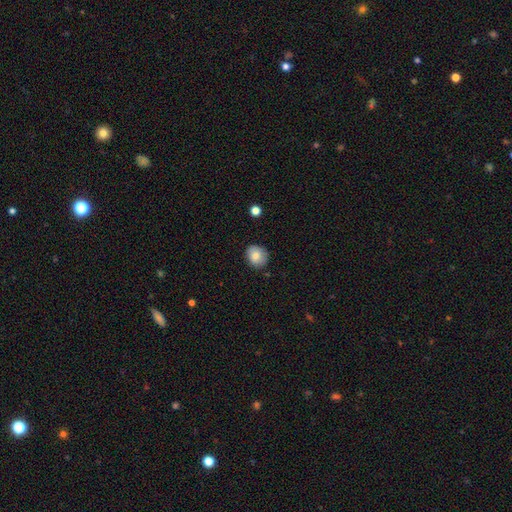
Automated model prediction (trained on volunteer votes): The model was most divided on "how rounded": round: 80%, in between: 19%, cigar-shaped: 1%. More confident: merging — none (84%); smooth or featured — smooth (81%).